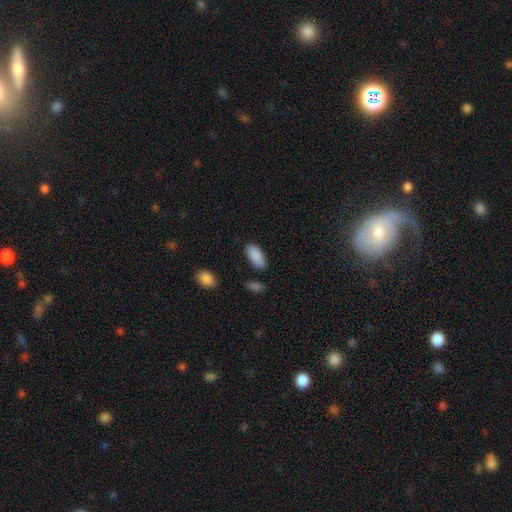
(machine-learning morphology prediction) The model was most divided on "merging": none: 85%, minor disturbance: 10%, merger: 2%, major disturbance: 2%. More confident: how rounded — in between (91%); smooth or featured — smooth (90%).